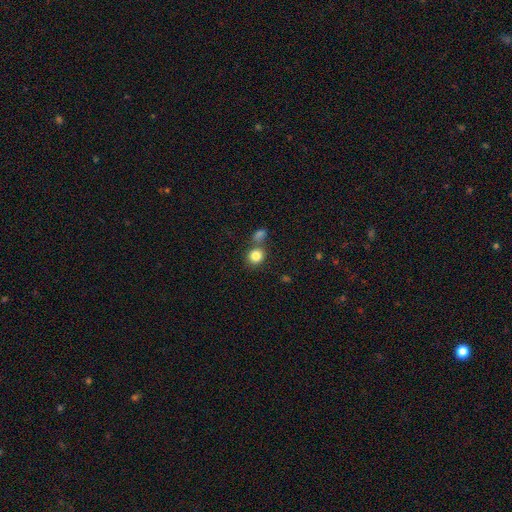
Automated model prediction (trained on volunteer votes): The model was most divided on "merging": none: 60%, merger: 27%, minor disturbance: 9%, major disturbance: 3%. More confident: smooth or featured — smooth (84%); how rounded — round (82%).